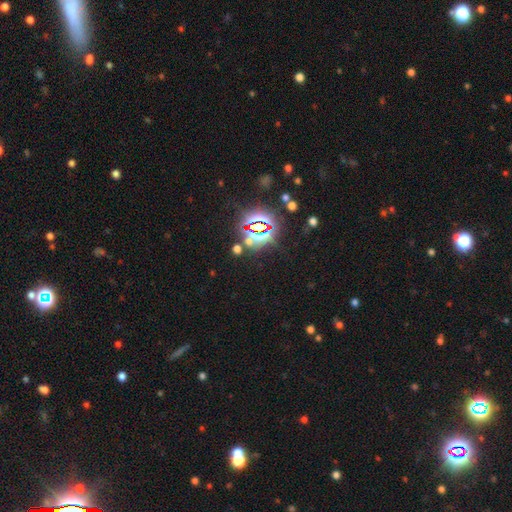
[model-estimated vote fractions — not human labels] smooth_or_featured: star or artifact (p=0.82) [alt: smooth p=0.11]